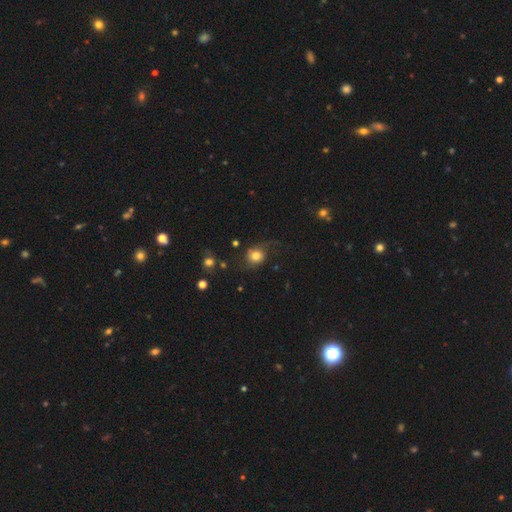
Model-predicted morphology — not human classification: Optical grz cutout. It shows a smooth galaxy with no disk features (65%) that is round (77%). Merging: none (53%).